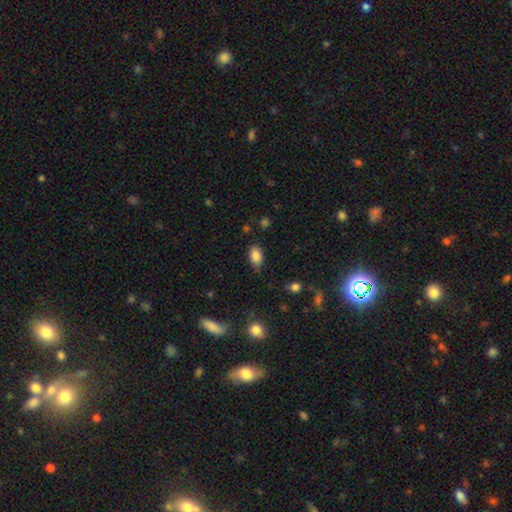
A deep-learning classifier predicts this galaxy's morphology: smooth_or_featured: smooth (p=0.86) [alt: star or artifact p=0.08]
how_rounded: in between (p=0.90) [alt: round p=0.08]
merging: none (p=0.75) [alt: minor disturbance p=0.19]